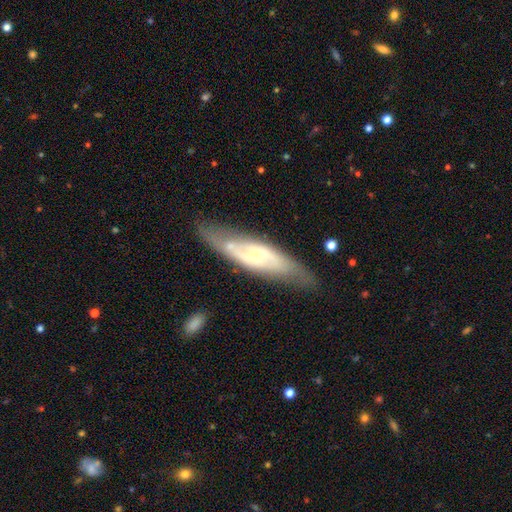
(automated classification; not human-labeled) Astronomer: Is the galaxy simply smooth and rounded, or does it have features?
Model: featured or disk — 73%.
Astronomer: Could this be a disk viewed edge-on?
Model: no — 75%.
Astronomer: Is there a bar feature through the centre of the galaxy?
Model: no — 56% (runner-up: weak, 31%).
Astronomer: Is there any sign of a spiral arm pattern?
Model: yes — 75%.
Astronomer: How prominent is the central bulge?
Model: small — 61%.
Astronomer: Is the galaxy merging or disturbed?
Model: none — 76%.